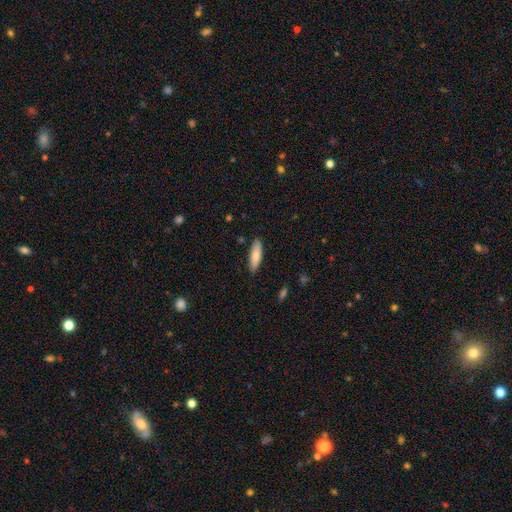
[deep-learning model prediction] The model was most divided on "how rounded": cigar-shaped: 50%, in between: 48%, round: 2%. More confident: merging — none (88%); smooth or featured — smooth (78%).